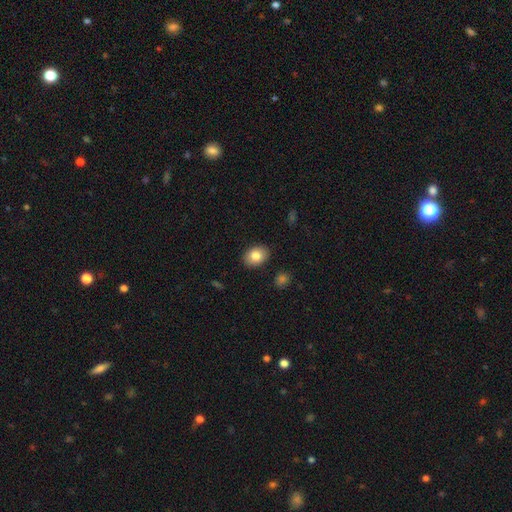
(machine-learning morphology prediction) Q: Smooth or featured?
A: smooth (82%); runner-up: featured or disk (11%)
Q: How rounded?
A: in between (73%); runner-up: round (26%)
Q: Merging?
A: none (89%); runner-up: minor disturbance (8%)